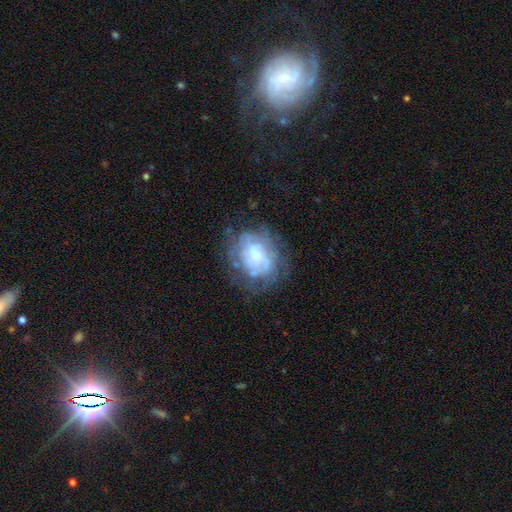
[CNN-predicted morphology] Smooth or featured?
  - featured or disk: 72% *
  - smooth: 20%
  - star or artifact: 8%
Edge-on disk?
  - no: 97% *
  - yes: 3%
Bar?
  - no: 61% *
  - weak: 33%
  - strong: 6%
Spiral arms?
  - yes: 77% *
  - no: 23%
Spiral winding?
  - tight: 59% *
  - medium: 30%
  - loose: 11%
Spiral arm count?
  - can't tell: 56% *
  - 2: 17%
  - 3: 11%
  - 4: 7%
  - 1: 5%
  - more than 4: 4%
Bulge size?
  - small: 51% *
  - moderate: 32%
  - none: 9%
  - large: 6%
  - dominant: 1%
Merging?
  - none: 64% *
  - minor disturbance: 20%
  - major disturbance: 14%
  - merger: 2%